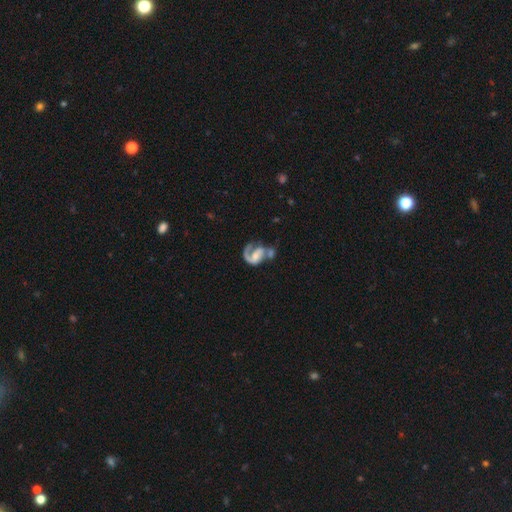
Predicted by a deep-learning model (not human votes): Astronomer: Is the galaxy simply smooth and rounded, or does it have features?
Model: featured or disk — 80%.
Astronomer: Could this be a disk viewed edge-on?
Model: no — 98%.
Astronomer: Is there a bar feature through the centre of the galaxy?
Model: no — 42% (runner-up: weak, 40%).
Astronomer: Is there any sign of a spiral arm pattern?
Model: yes — 91%.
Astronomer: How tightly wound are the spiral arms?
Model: medium — 45% (runner-up: loose, 33%).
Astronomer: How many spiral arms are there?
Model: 1 — 48% (runner-up: 2, 45%).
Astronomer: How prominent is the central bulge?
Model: small — 39% (runner-up: moderate, 35%).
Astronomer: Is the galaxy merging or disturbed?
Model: merger — 35% (runner-up: none, 26%).